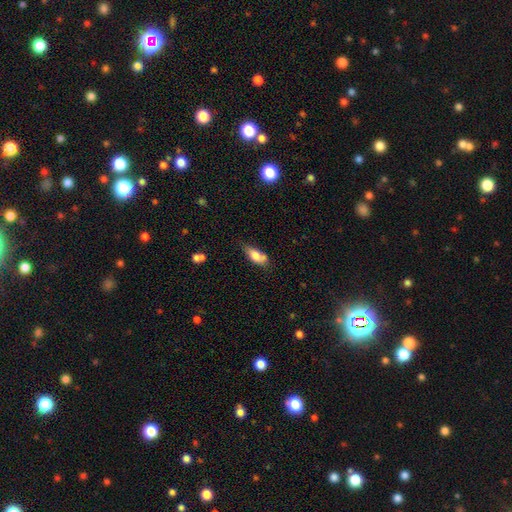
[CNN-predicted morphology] This appears to be a smooth galaxy with no disk features (77%) that is in between round and cigar-shaped (82%). Merging: none (51%).